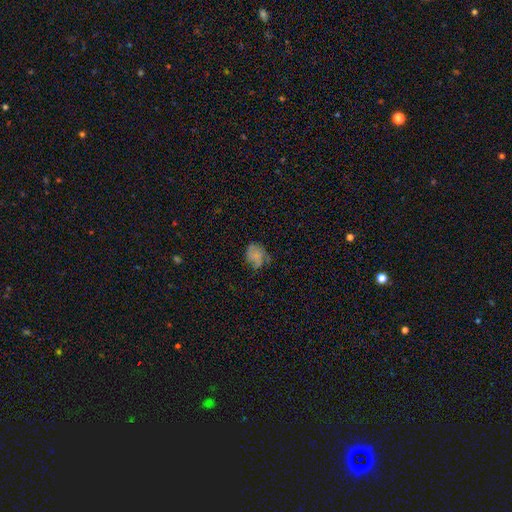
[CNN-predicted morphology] Smooth or featured? smooth (53%)
How rounded? round (52%)
Merging? none (50%)